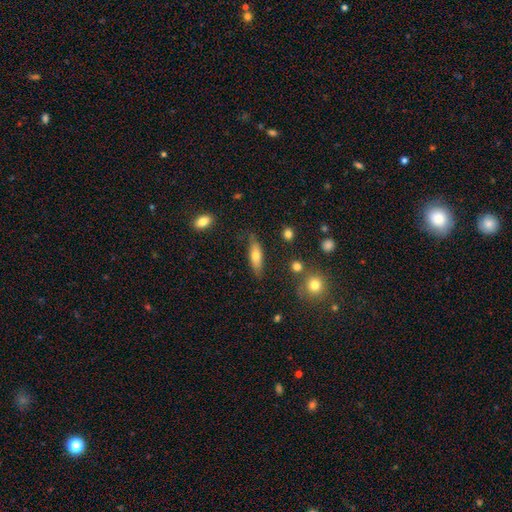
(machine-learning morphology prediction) Q: Smooth or featured?
A: smooth (65%); runner-up: featured or disk (28%)
Q: How rounded?
A: in between (52%); runner-up: cigar-shaped (45%)
Q: Merging?
A: none (73%); runner-up: minor disturbance (19%)